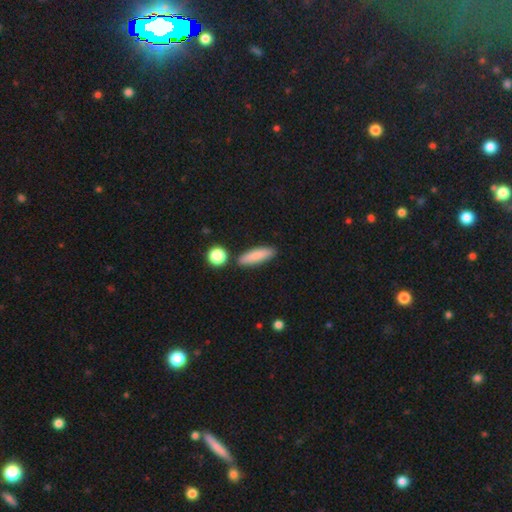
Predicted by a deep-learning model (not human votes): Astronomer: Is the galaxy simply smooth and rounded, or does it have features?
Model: smooth — 84%.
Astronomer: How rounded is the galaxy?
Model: cigar-shaped — 61%.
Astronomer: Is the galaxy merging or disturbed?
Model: none — 83%.